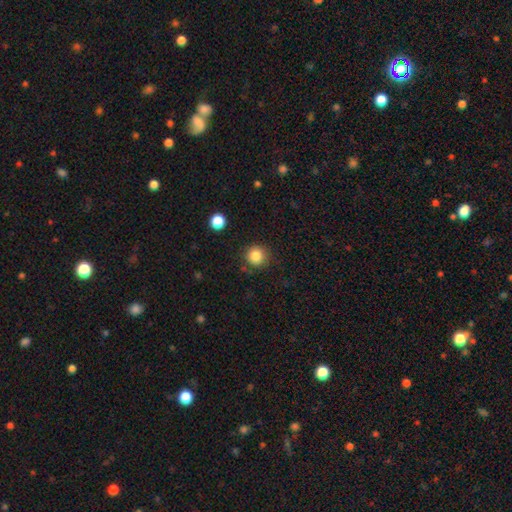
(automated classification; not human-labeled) This is clearly a smooth galaxy (85%). How rounded: clearly round (94%). Merging: clearly none (87%).